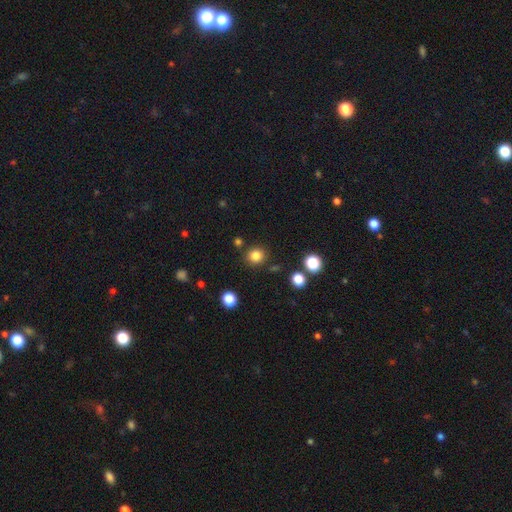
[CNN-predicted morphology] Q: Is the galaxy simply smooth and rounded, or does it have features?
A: smooth — 83%.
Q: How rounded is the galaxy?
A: round — 89%.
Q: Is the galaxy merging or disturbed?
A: none — 87%.